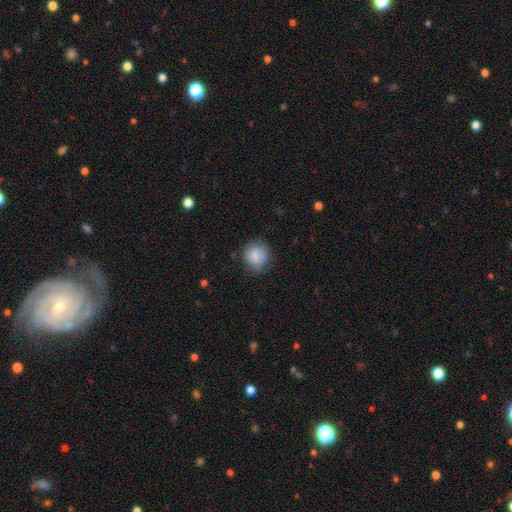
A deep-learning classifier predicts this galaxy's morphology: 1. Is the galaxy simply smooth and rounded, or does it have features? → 84% smooth, 8% featured or disk, 8% star or artifact.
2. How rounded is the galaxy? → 85% round, 14% in between, 1% cigar-shaped.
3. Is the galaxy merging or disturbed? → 72% none, 20% minor disturbance, 6% major disturbance, 2% merger.